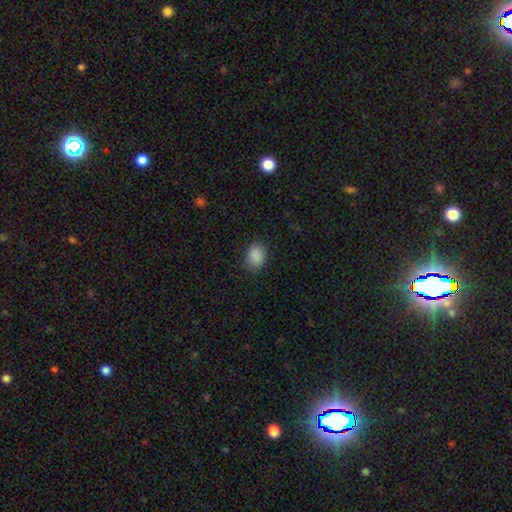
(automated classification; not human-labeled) Smooth or featured? Predicted: smooth (p=0.88). How rounded? Predicted: in between (p=0.65). Merging? Predicted: none (p=0.81).